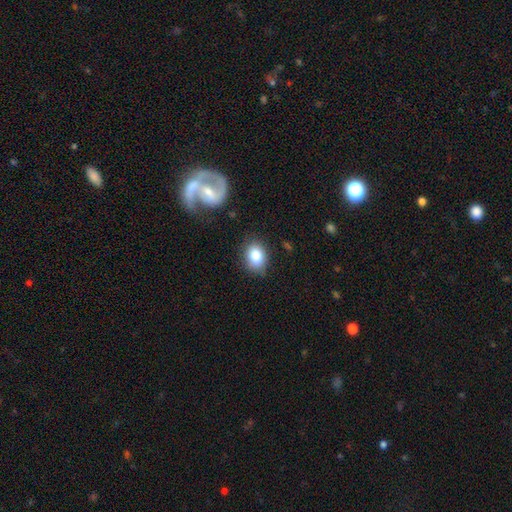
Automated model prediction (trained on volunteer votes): smooth-or-featured: smooth: 84% | star or artifact: 8% | featured or disk: 8%
  how-rounded: in between: 69% | round: 30% | cigar-shaped: 1%
  merging: none: 79% | minor disturbance: 16% | major disturbance: 4% | merger: 2%